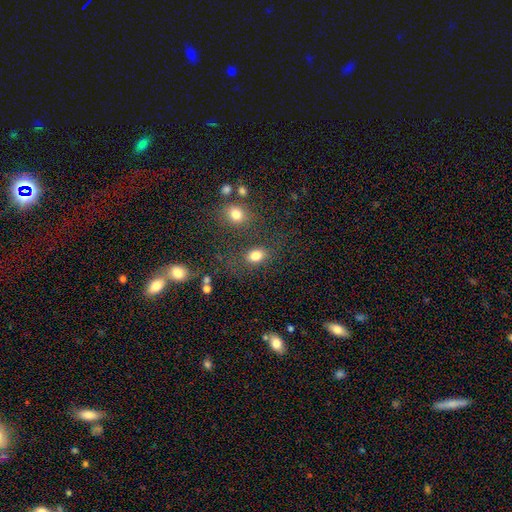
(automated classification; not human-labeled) This is clearly a smooth galaxy (81%). How rounded: likely in between (66%). Merging: likely none (72%).